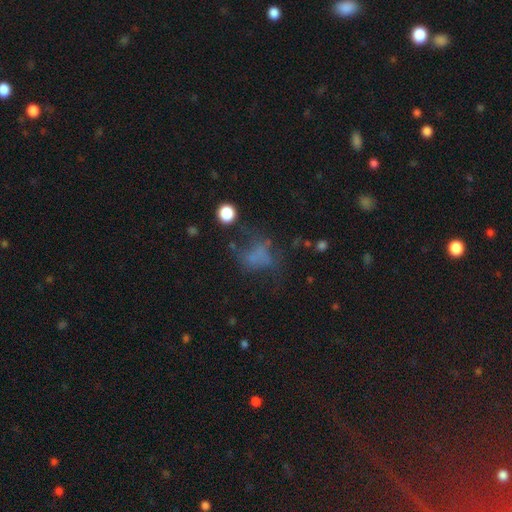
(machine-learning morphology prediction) Smooth or featured? smooth (44%)
Merging? none (41%)